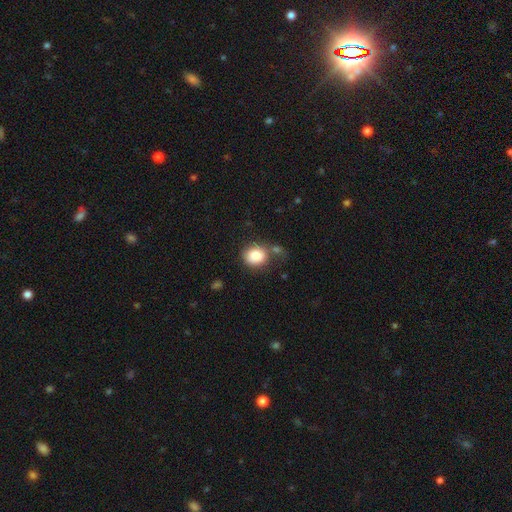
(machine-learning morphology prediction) smooth-or-featured: smooth: 86% | star or artifact: 8% | featured or disk: 6%
  how-rounded: round: 65% | in between: 35% | cigar-shaped: 1%
  merging: none: 56% | minor disturbance: 20% | merger: 15% | major disturbance: 9%